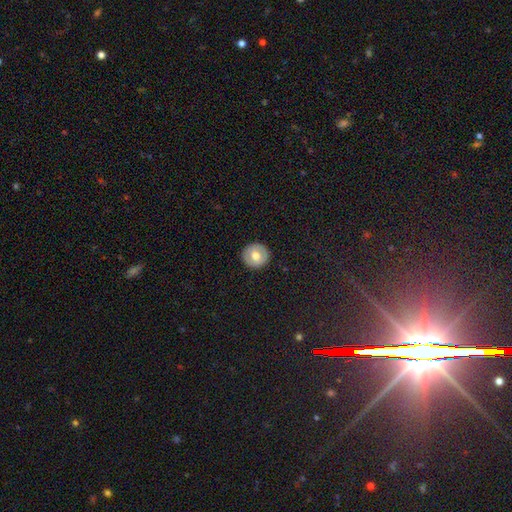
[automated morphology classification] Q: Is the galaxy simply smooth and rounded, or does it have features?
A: smooth — 60%.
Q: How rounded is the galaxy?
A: round — 92%.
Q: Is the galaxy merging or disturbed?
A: none — 90%.